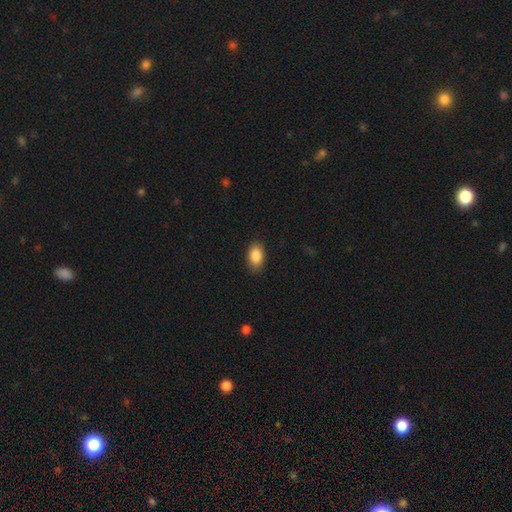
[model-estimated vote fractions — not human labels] smooth-or-featured: smooth: 87% | star or artifact: 7% | featured or disk: 5%
  how-rounded: in between: 91% | round: 7% | cigar-shaped: 2%
  merging: none: 87% | minor disturbance: 10% | major disturbance: 2% | merger: 1%